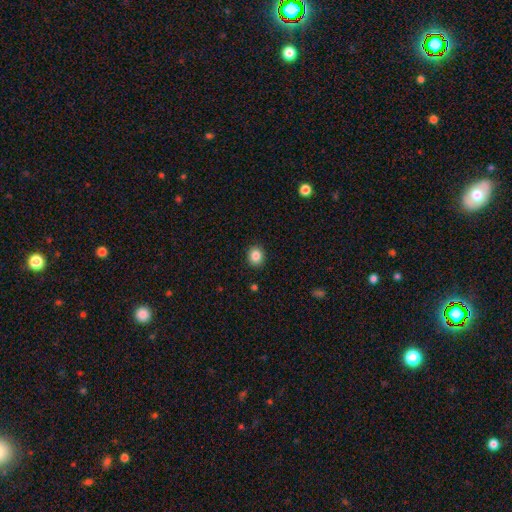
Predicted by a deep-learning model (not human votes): smooth 86%, star or artifact 10%, featured or disk 4%. Down the decision tree: how rounded — round (67%); merging — none (90%).